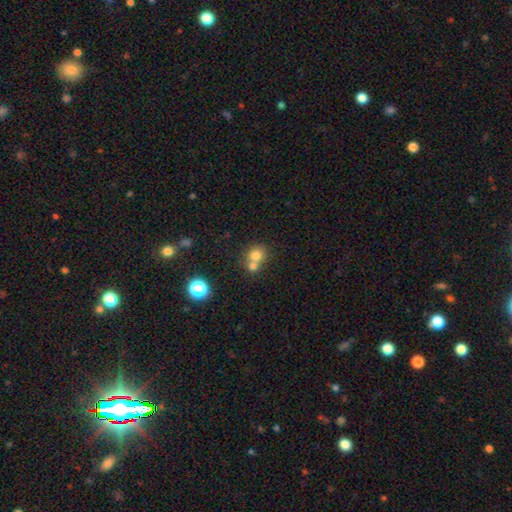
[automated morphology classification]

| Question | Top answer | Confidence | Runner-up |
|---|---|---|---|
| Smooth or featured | smooth | 74% | star or artifact (13%) |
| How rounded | round | 80% | in between (19%) |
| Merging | merger | 54% | none (37%) |